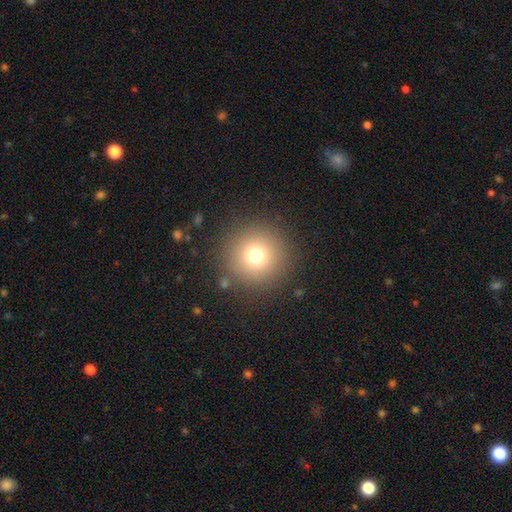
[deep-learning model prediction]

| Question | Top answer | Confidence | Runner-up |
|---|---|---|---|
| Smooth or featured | smooth | 72% | star or artifact (17%) |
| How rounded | round | 97% | in between (2%) |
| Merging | none | 88% | minor disturbance (6%) |